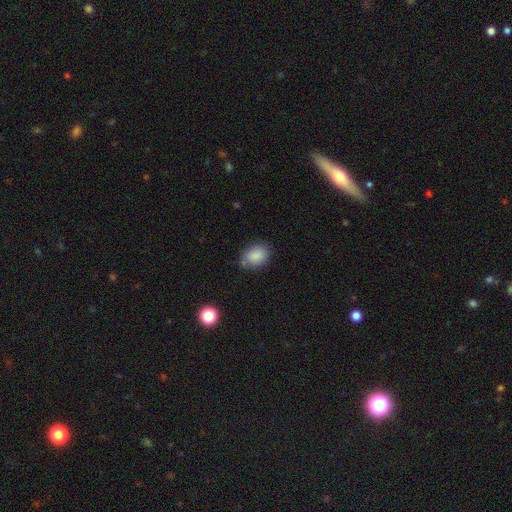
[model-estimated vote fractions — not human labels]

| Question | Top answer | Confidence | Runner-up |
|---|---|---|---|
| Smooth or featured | smooth | 87% | star or artifact (8%) |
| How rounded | in between | 73% | round (26%) |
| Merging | none | 72% | minor disturbance (21%) |